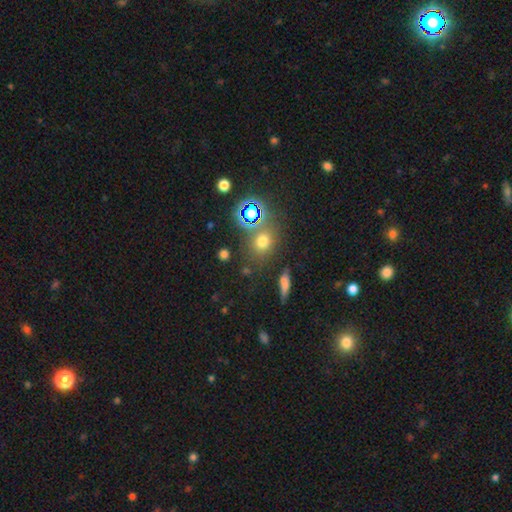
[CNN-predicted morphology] smooth 45%, star or artifact 44%, featured or disk 11%. Down the decision tree: merging — none (66%).